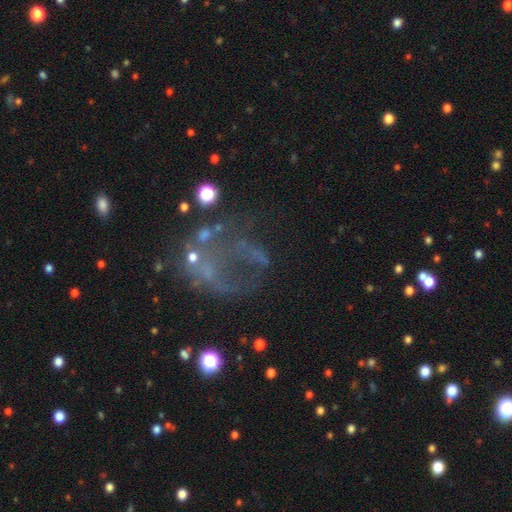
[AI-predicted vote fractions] Overall: featured or disk (48%; star or artifact 29%). Merging: major disturbance (42%; none 34%).